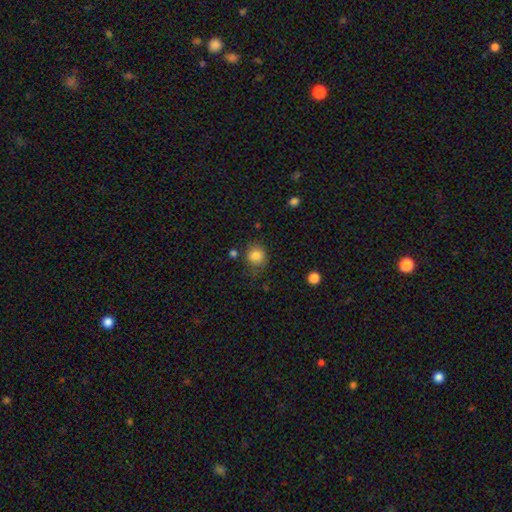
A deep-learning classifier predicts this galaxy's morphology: A smooth galaxy with no disk features (83%) that is round (81%). Merging: none (68%).